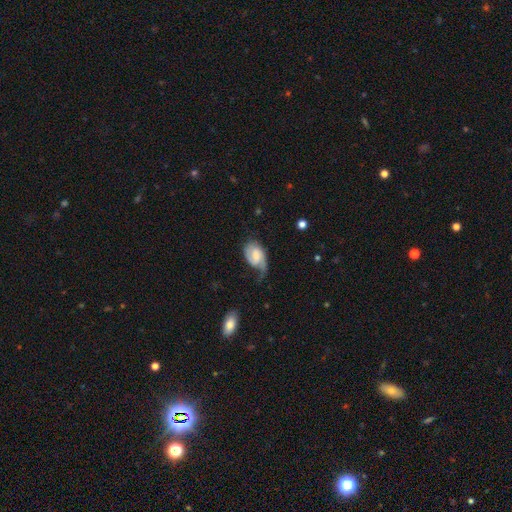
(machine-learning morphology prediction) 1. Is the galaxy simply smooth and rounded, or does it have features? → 66% featured or disk, 28% smooth, 7% star or artifact.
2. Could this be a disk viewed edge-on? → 97% no, 3% yes.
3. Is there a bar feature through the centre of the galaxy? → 47% weak, 39% no, 14% strong.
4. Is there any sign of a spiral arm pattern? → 92% yes, 8% no.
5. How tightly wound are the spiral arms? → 41% medium, 31% tight, 28% loose.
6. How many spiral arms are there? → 54% 2, 35% 1, 8% can't tell, 1% 3, 1% 4, 1% more than 4.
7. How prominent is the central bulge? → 30% moderate, 26% small, 25% none, 15% large, 3% dominant.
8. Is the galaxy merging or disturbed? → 33% none (tied), 33% minor disturbance (tied), 32% major disturbance, 3% merger.